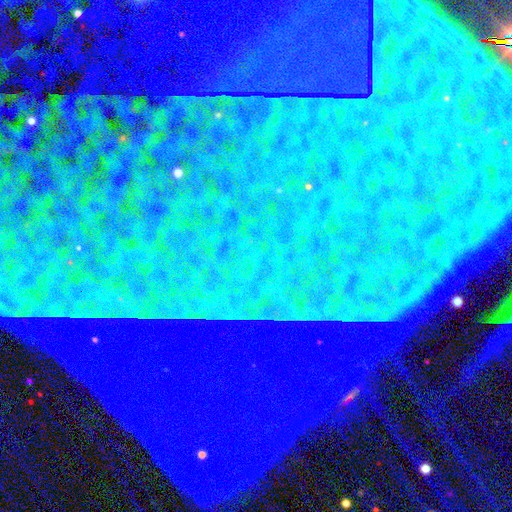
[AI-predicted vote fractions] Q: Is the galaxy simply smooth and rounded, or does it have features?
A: star or artifact — 87%.